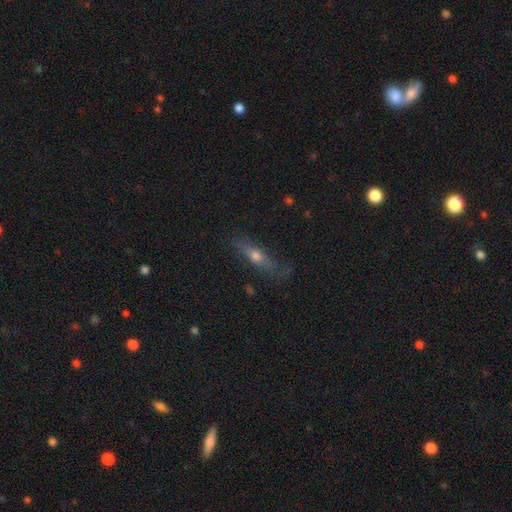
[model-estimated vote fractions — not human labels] Morphology: type=featured or disk (55%); edge-on=yes (82%); merging=none (76%).